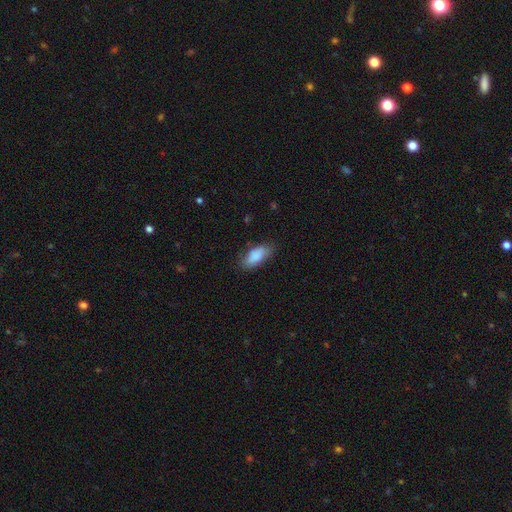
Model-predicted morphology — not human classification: This is clearly a smooth galaxy (86%). How rounded: clearly in between (86%). Merging: likely none (72%).